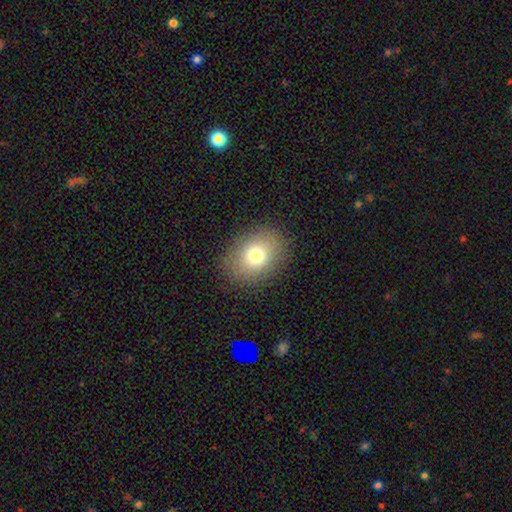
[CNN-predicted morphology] A smooth galaxy with no disk features (76%) that is in between round and cigar-shaped (62%).

Vote fractions:
- Smooth or featured? smooth: 76% / featured or disk: 13% / star or artifact: 11%
- How rounded? in between: 62% / round: 37% / cigar-shaped: 1%
- Merging? none: 86% / minor disturbance: 9% / major disturbance: 4% / merger: 1%